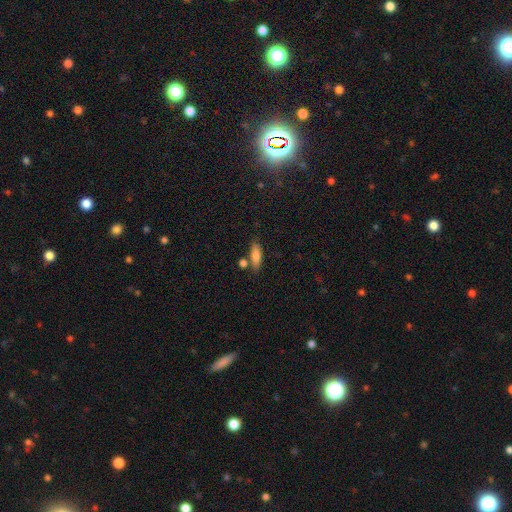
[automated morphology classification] type=smooth (79%); roundness=in between (53%); merging=none (70%).